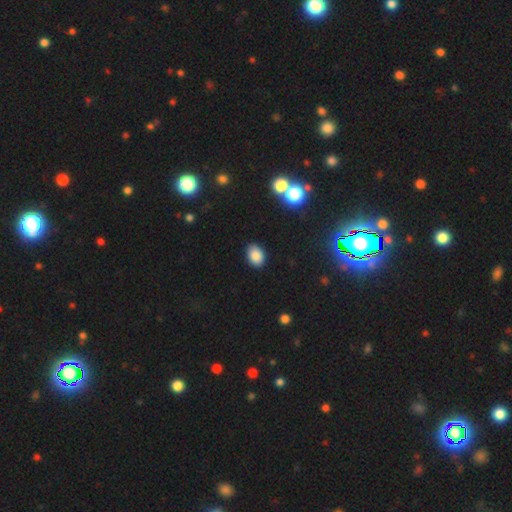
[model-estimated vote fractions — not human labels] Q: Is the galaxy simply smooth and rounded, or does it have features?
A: smooth — 86%.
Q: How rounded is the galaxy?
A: in between — 83%.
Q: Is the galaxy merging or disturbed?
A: none — 83%.